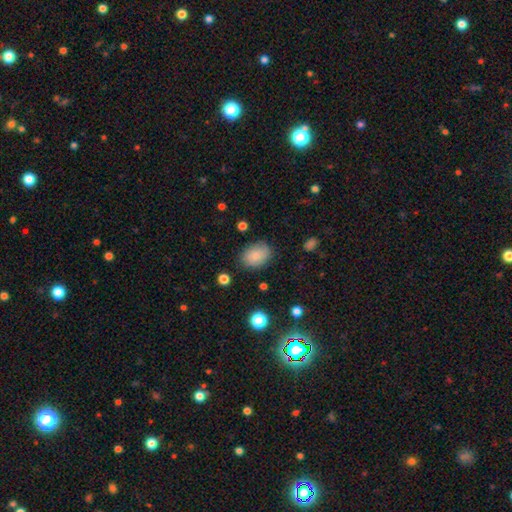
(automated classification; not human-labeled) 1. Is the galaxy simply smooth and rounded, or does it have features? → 84% smooth, 8% star or artifact, 8% featured or disk.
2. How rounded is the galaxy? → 76% in between, 23% round, 1% cigar-shaped.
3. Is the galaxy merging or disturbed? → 79% none, 15% minor disturbance, 4% major disturbance, 2% merger.